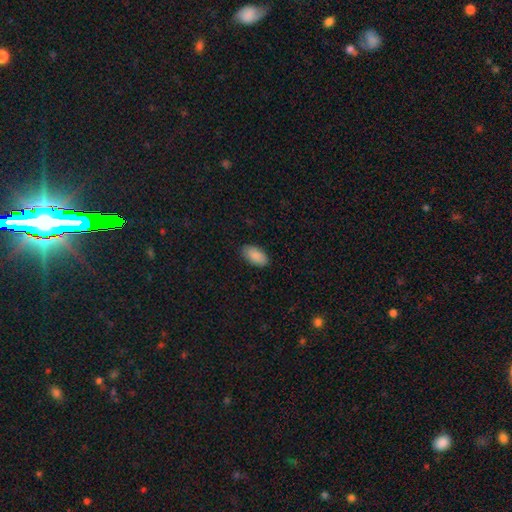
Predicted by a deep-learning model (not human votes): This appears to be a smooth galaxy with no disk features (89%) that is in between round and cigar-shaped (95%). Merging: none (86%).